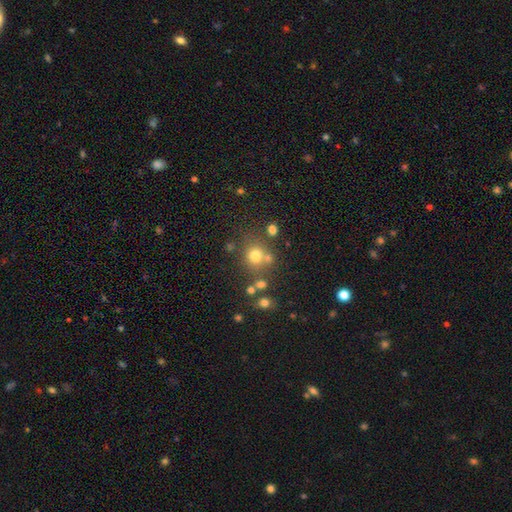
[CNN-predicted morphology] smooth-or-featured: smooth: 72% | star or artifact: 18% | featured or disk: 10%
  how-rounded: round: 87% | in between: 12% | cigar-shaped: 1%
  merging: none: 66% | merger: 18% | minor disturbance: 11% | major disturbance: 5%